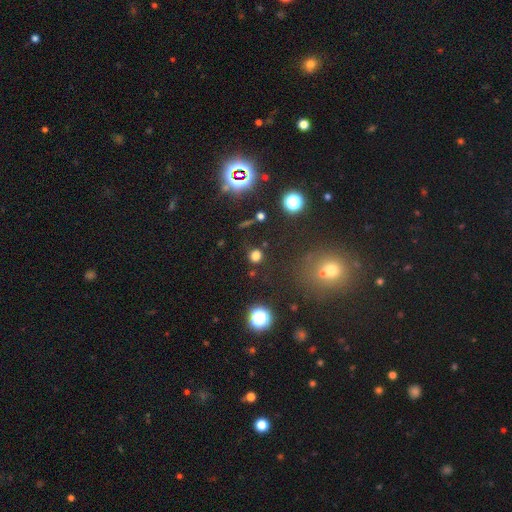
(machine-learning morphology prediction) This is likely a smooth galaxy (71%). How rounded: clearly round (84%). Merging: clearly none (84%).